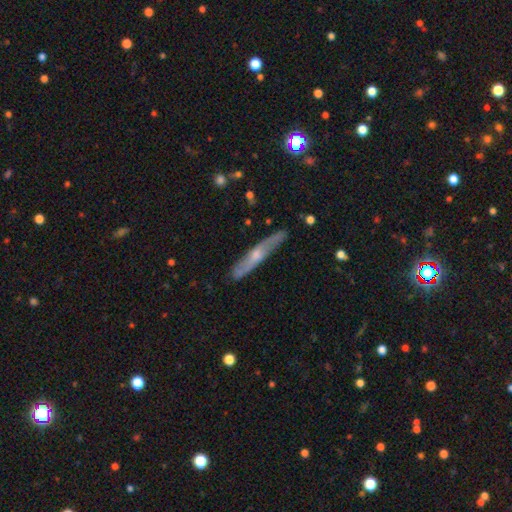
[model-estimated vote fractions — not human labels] Smooth or featured? Predicted: featured or disk (p=0.61). Edge-on disk? Predicted: yes (p=0.81). Merging? Predicted: none (p=0.85).